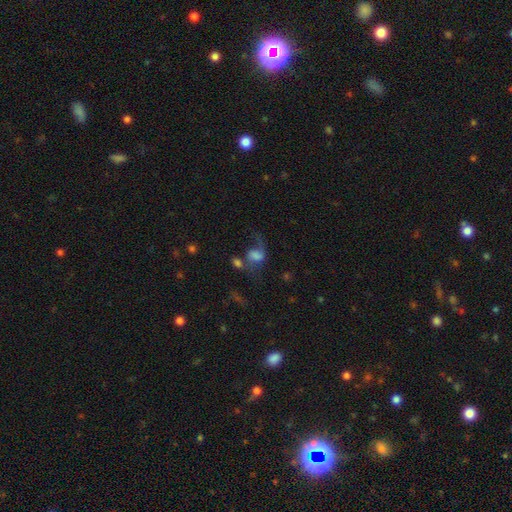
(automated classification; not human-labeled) Smooth or featured? featured or disk (43%, tied with smooth)
Merging? major disturbance (32%)